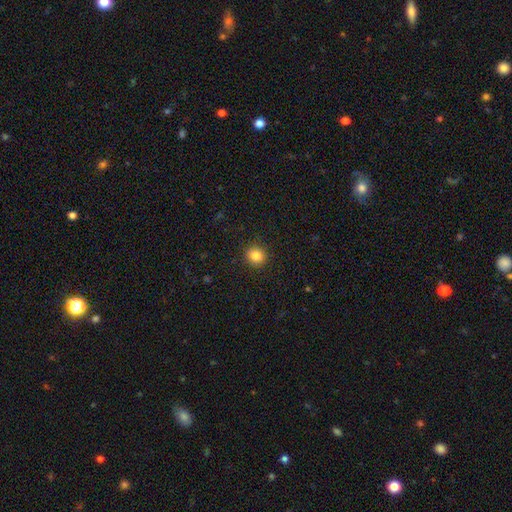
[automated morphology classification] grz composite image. It shows a smooth galaxy with no disk features (84%) that is round (85%). Merging: none (91%).